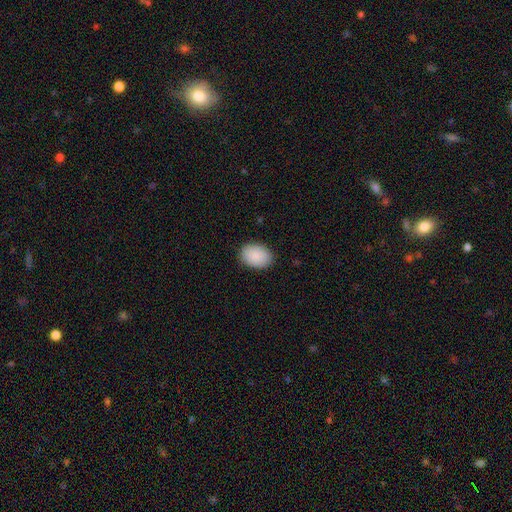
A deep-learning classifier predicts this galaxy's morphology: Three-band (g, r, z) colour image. It shows a smooth galaxy with no disk features (90%) that is in between round and cigar-shaped (82%). Merging: none (88%).